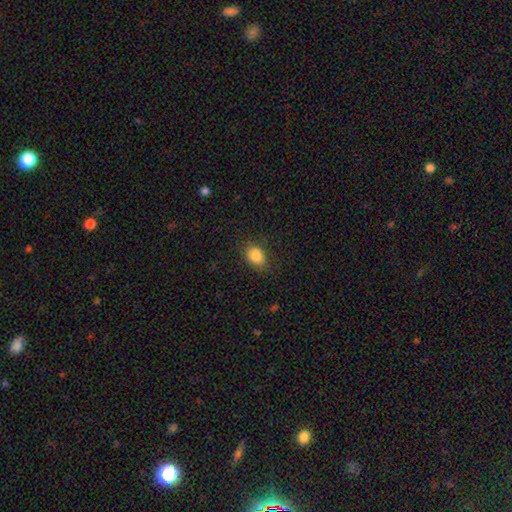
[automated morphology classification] type=smooth (85%); roundness=in between (64%); merging=none (81%).